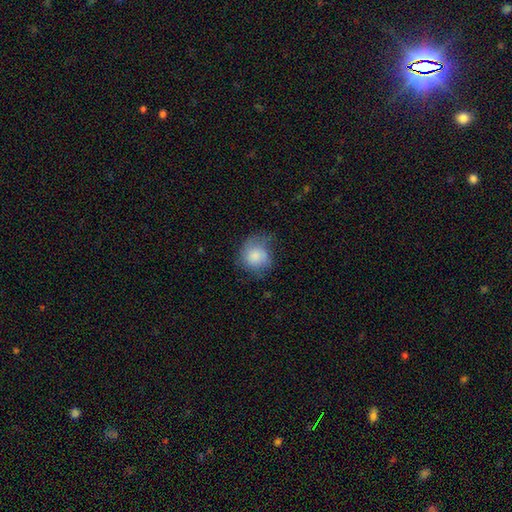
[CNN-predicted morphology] A smooth galaxy with no disk features (73%) that is round (78%).

Vote fractions:
- Smooth or featured? smooth: 73% / featured or disk: 20% / star or artifact: 7%
- How rounded? round: 78% / in between: 21% / cigar-shaped: 1%
- Merging? none: 45% / minor disturbance: 34% / major disturbance: 19% / merger: 2%